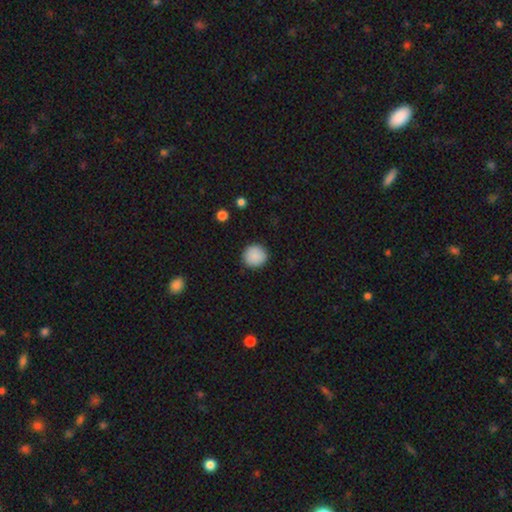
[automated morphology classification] A smooth galaxy with no disk features (89%) that is round (94%). Merging: none (92%).